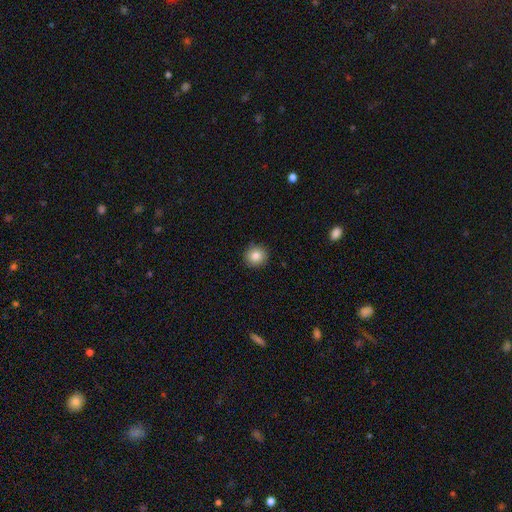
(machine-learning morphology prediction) Q: Smooth or featured?
A: smooth (84%); runner-up: star or artifact (10%)
Q: How rounded?
A: round (94%); runner-up: in between (5%)
Q: Merging?
A: none (92%); runner-up: minor disturbance (6%)